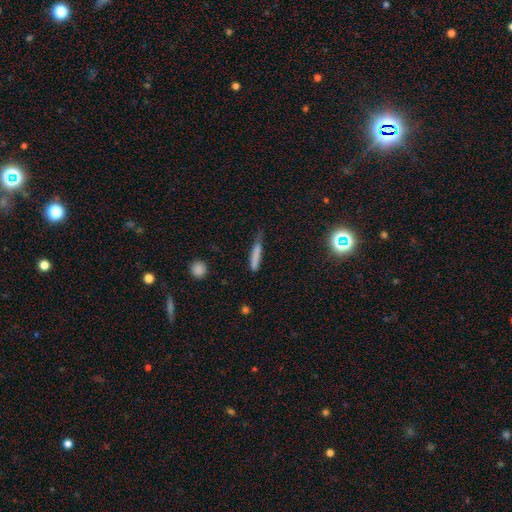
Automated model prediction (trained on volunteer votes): Morphology: type=smooth (78%); roundness=cigar-shaped (90%); merging=none (54%).